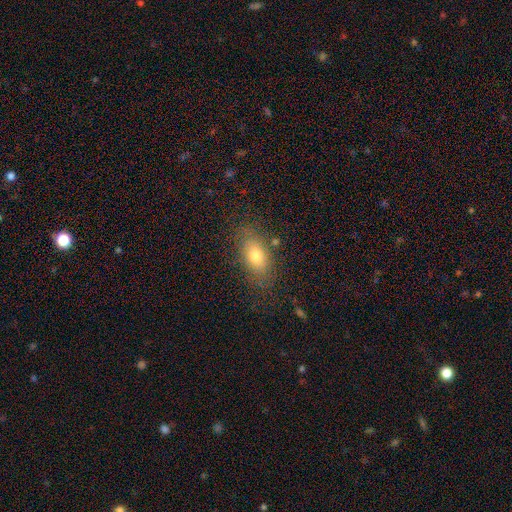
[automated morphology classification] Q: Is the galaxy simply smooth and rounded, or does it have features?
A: smooth — 76%.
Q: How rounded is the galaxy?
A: in between — 87%.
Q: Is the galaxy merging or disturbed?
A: none — 79%.